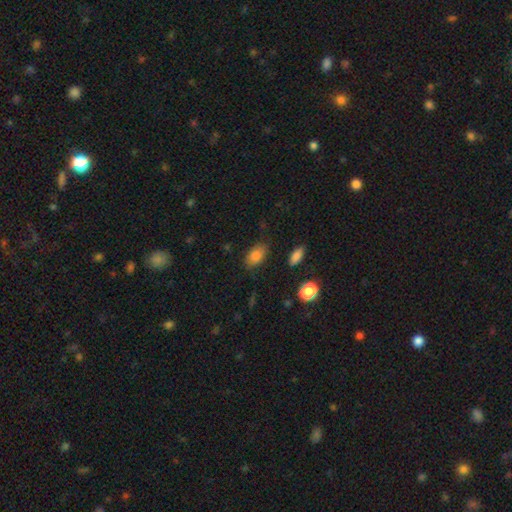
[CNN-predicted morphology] Smooth or featured? Predicted: smooth (p=0.85). How rounded? Predicted: in between (p=0.88). Merging? Predicted: none (p=0.79).